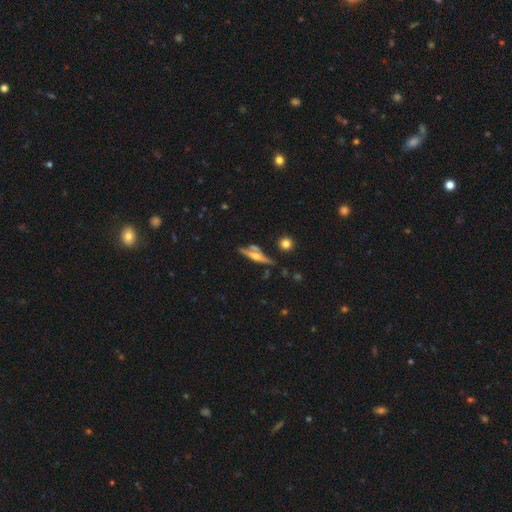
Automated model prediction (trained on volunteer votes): Smooth or featured? featured or disk (62%)
Edge-on disk? yes (92%)
Edge-on bulge? rounded (83%)
Merging? none (67%)